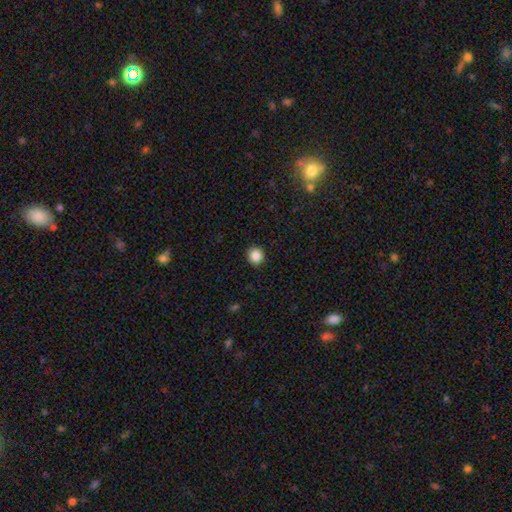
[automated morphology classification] Smooth or featured?
  - smooth: 87% *
  - star or artifact: 10%
  - featured or disk: 4%
How rounded?
  - round: 91% *
  - in between: 8%
  - cigar-shaped: 1%
Merging?
  - none: 92% *
  - minor disturbance: 5%
  - major disturbance: 2%
  - merger: 1%